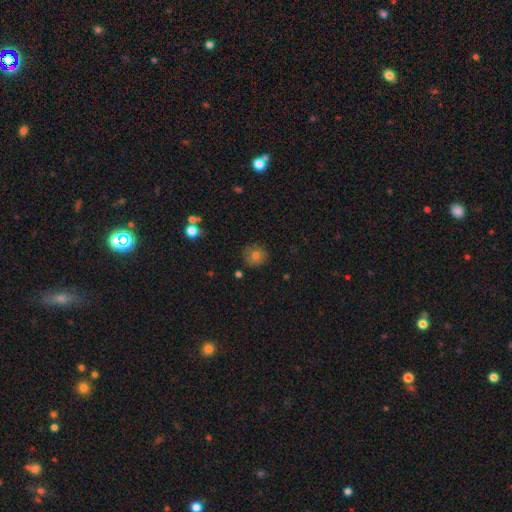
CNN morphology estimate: A smooth galaxy with no disk features (76%) that is round (91%). Merging: none (82%).